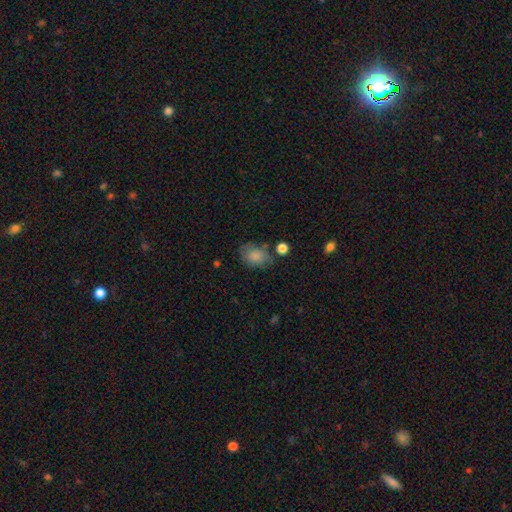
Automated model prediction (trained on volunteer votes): smooth 80%, featured or disk 11%, star or artifact 8%. Down the decision tree: how rounded — in between (75%); merging — none (58%).